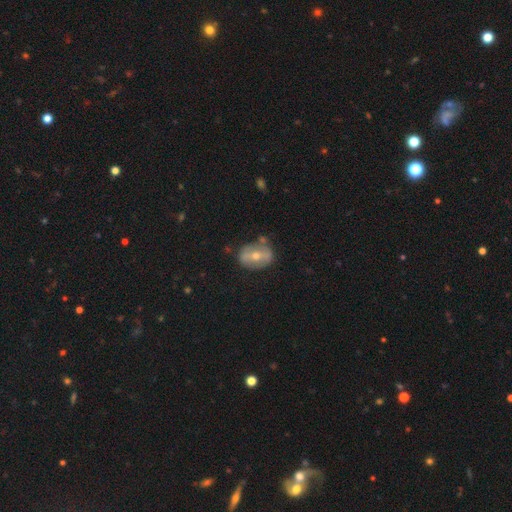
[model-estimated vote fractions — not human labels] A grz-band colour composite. It shows a featured or disk galaxy (60%) with a strong bar (50%), no spiral arms (70%) and a moderate central bulge (59%). Merging: none (72%).